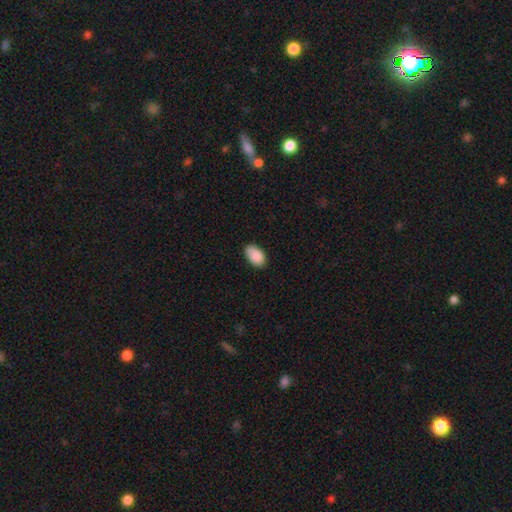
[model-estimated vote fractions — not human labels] This is clearly a smooth galaxy (88%). How rounded: clearly in between (93%). Merging: likely none (77%).